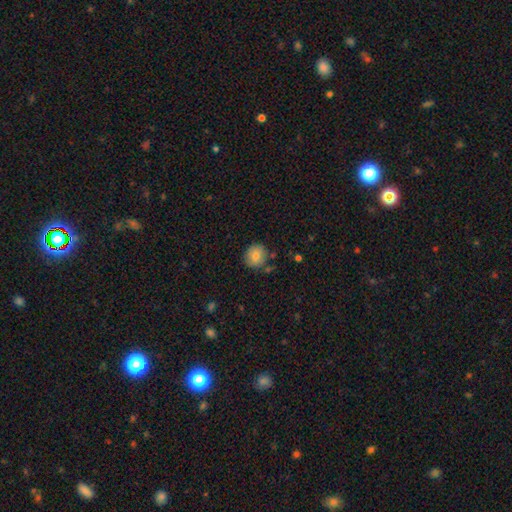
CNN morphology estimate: Q: Smooth or featured?
A: smooth (81%); runner-up: featured or disk (10%)
Q: How rounded?
A: round (85%); runner-up: in between (14%)
Q: Merging?
A: none (79%); runner-up: minor disturbance (13%)